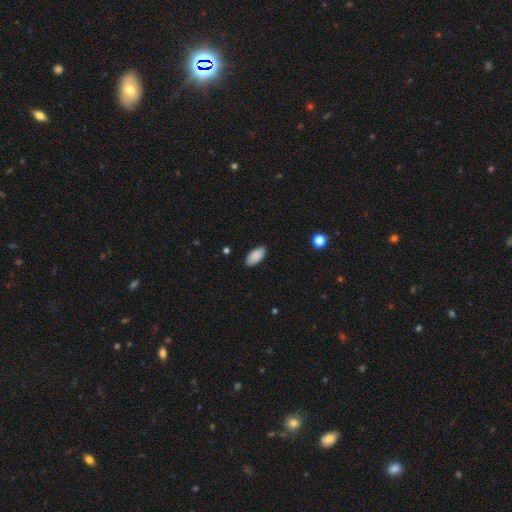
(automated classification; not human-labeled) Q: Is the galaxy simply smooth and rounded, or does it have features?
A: smooth — 89%.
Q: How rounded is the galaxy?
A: in between — 94%.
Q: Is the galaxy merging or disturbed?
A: none — 87%.